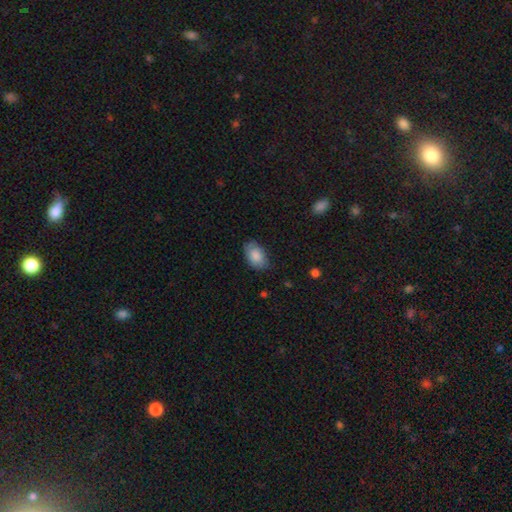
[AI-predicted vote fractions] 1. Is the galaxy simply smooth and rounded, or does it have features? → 83% smooth, 10% featured or disk, 6% star or artifact.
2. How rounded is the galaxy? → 90% in between, 9% round, 1% cigar-shaped.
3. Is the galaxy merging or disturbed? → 75% none, 20% minor disturbance, 4% major disturbance, 1% merger.